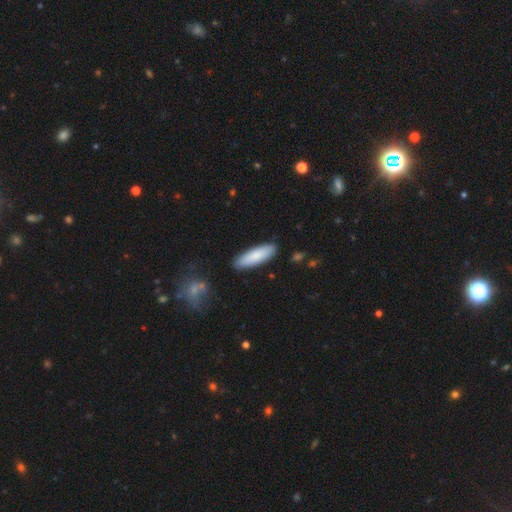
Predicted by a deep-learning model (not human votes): smooth_or_featured: smooth (p=0.83) [alt: featured or disk p=0.12]
how_rounded: cigar-shaped (p=0.52) [alt: in between p=0.46]
merging: none (p=0.88) [alt: minor disturbance p=0.09]